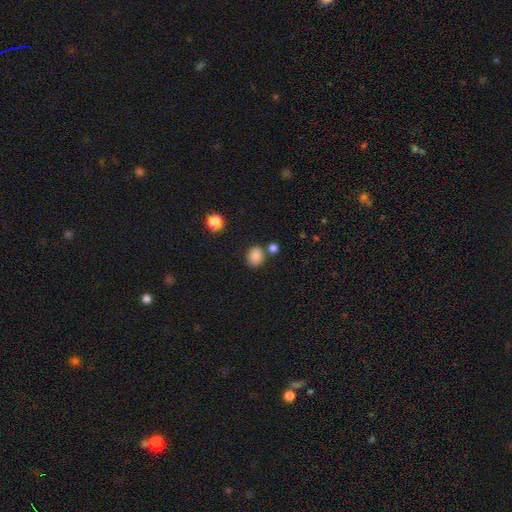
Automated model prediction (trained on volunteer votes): Morphology: type=smooth (85%); roundness=round (58%); merging=none (74%).